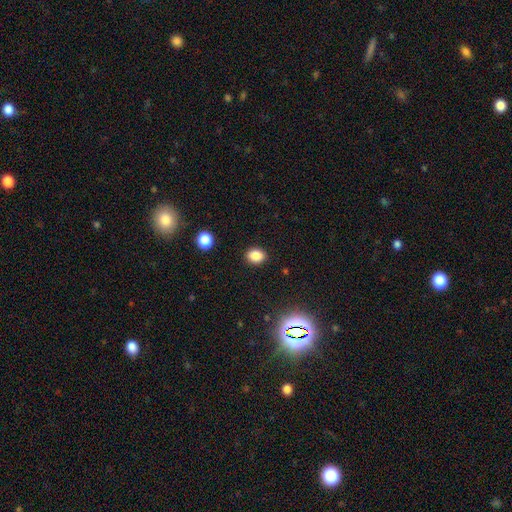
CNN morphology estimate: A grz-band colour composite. It shows a smooth galaxy with no disk features (84%) that is in between round and cigar-shaped (54%). Merging: none (89%).